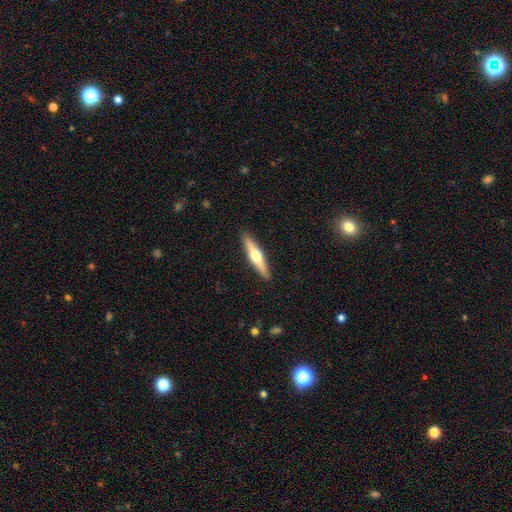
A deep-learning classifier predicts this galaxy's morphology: Smooth or featured? Predicted: featured or disk (p=0.54). Edge-on disk? Predicted: yes (p=0.95). Edge-on bulge? Predicted: rounded (p=0.93). Merging? Predicted: none (p=0.91).